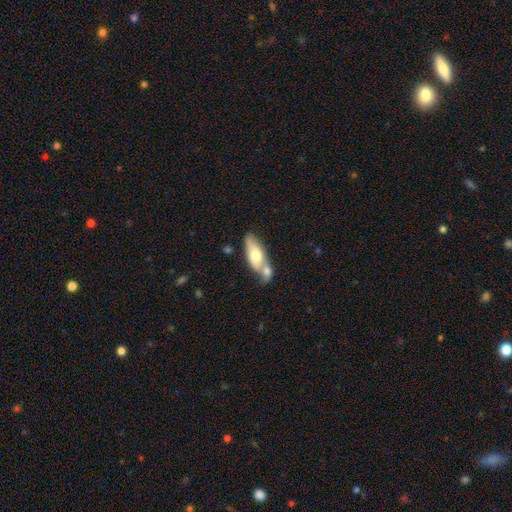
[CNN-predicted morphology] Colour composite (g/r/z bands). It shows a smooth galaxy with no disk features (62%) that is in between round and cigar-shaped (74%). Merging: merger (47%).